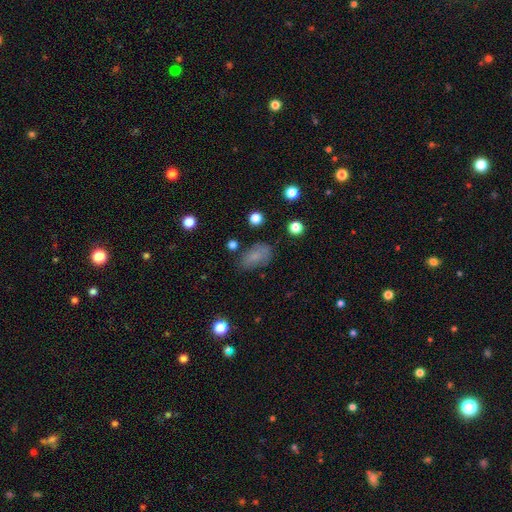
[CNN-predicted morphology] Overall: smooth (77%). How rounded: in between (90%). Merging: none (69%).